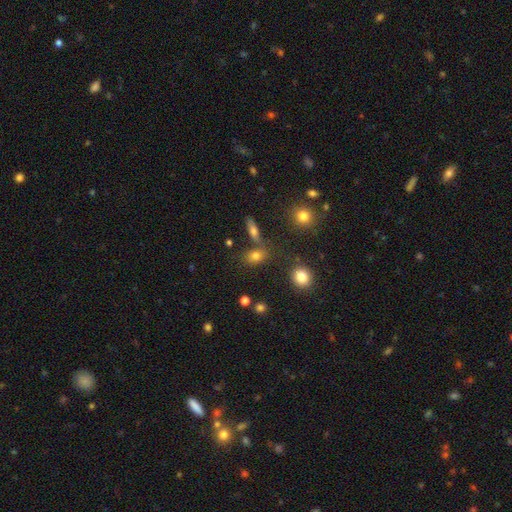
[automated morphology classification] smooth 74%, star or artifact 14%, featured or disk 12%. Down the decision tree: how rounded — in between (67%); merging — none (67%).